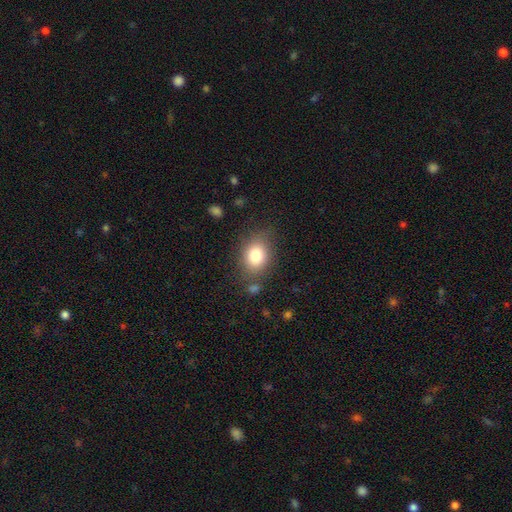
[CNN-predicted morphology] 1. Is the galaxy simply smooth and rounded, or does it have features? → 80% smooth, 10% star or artifact, 10% featured or disk.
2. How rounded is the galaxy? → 57% in between, 42% round, 1% cigar-shaped.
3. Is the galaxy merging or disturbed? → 76% none, 15% minor disturbance, 5% major disturbance, 4% merger.